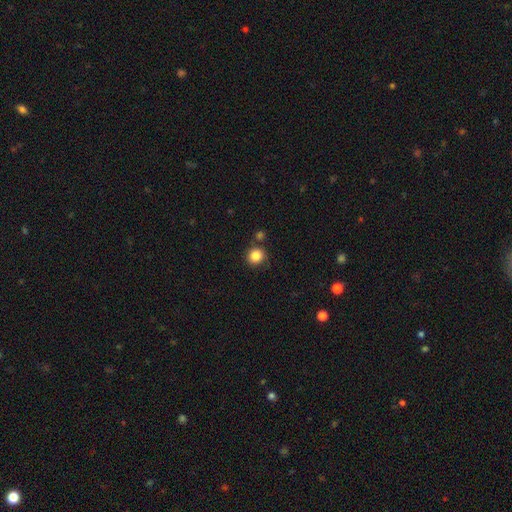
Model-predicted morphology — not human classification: The model was most divided on "merging": none: 79%, minor disturbance: 10%, merger: 8%, major disturbance: 3%. More confident: how rounded — round (88%); smooth or featured — smooth (85%).